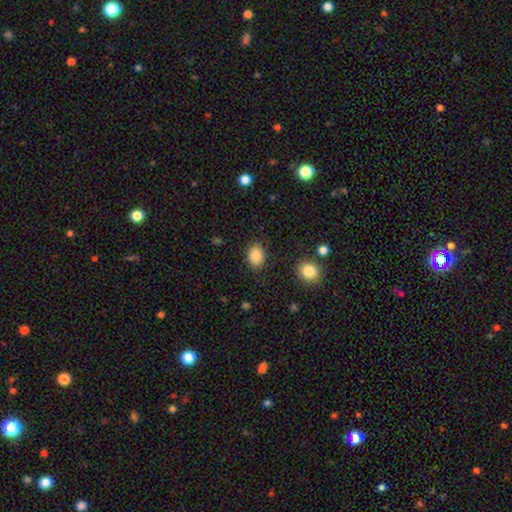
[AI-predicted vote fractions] smooth_or_featured: smooth (p=0.87) [alt: star or artifact p=0.08]
how_rounded: in between (p=0.68) [alt: round p=0.31]
merging: none (p=0.85) [alt: minor disturbance p=0.10]